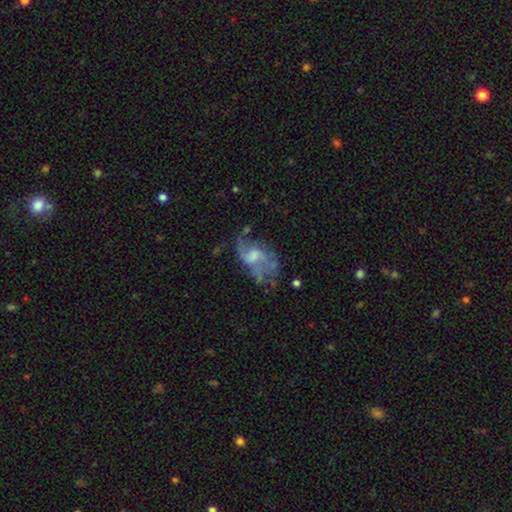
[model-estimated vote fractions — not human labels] Q: Smooth or featured?
A: featured or disk (66%); runner-up: smooth (23%)
Q: Edge-on disk?
A: no (96%); runner-up: yes (4%)
Q: Bar?
A: no (56%); runner-up: weak (37%)
Q: Spiral arms?
A: yes (64%); runner-up: no (36%)
Q: Bulge size?
A: moderate (42%); runner-up: small (28%)
Q: Merging?
A: none (40%); runner-up: major disturbance (32%)